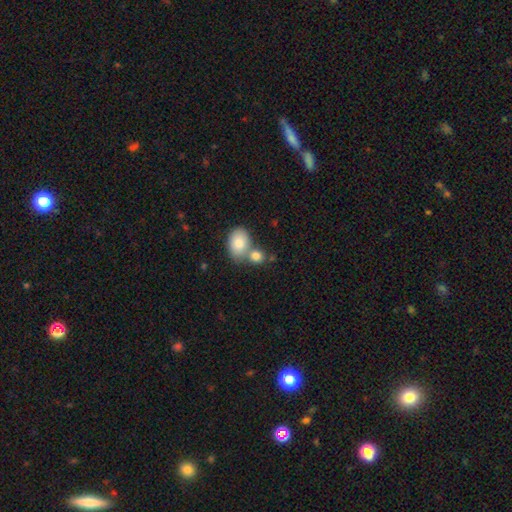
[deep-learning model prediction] Smooth or featured? Predicted: smooth (p=0.82). How rounded? Predicted: in between (p=0.52). Merging? Predicted: merger (p=0.51).